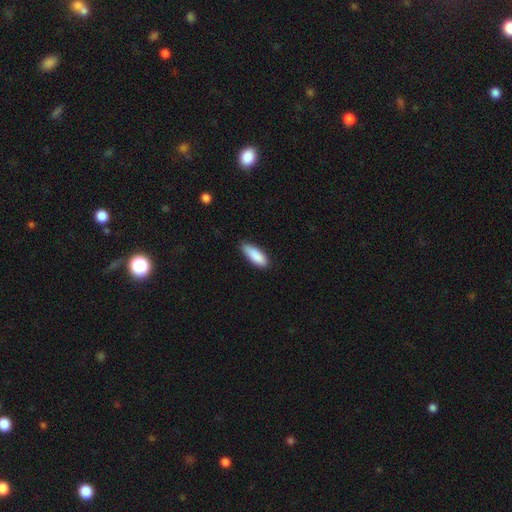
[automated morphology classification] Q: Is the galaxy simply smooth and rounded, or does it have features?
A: smooth — 89%.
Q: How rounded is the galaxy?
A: in between — 63%.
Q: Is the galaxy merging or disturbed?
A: none — 74%.